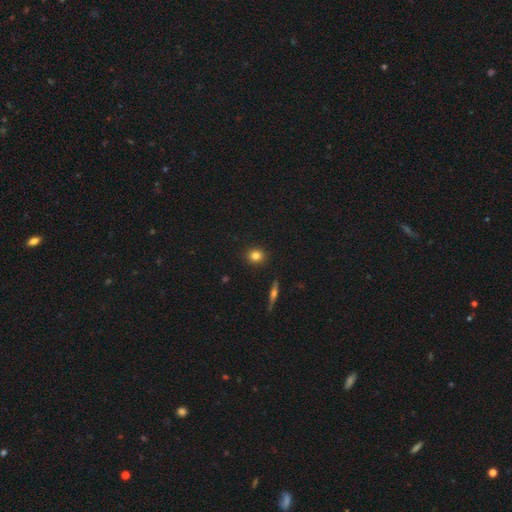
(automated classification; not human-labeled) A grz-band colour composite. It shows a smooth galaxy with no disk features (81%) that is round (79%). Merging: none (90%).